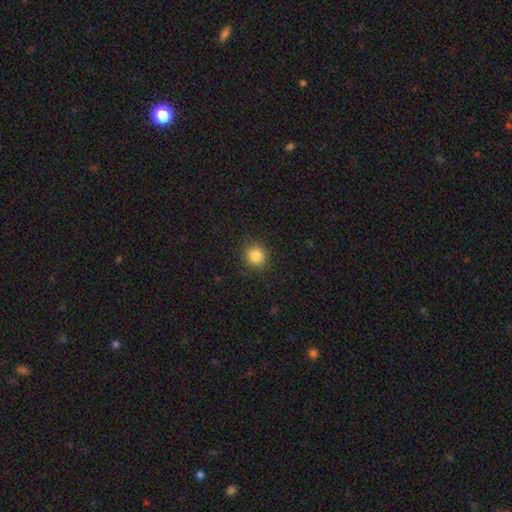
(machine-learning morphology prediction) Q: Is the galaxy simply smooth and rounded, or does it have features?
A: smooth — 84%.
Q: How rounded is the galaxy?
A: round — 89%.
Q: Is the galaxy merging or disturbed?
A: none — 90%.